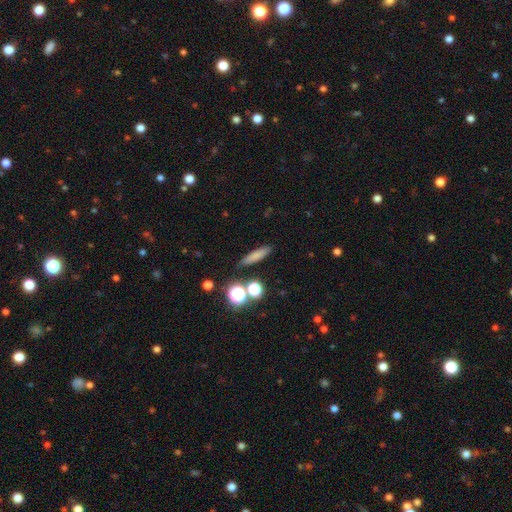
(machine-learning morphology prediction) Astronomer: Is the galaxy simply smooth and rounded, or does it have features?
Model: smooth — 73%.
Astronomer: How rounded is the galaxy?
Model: cigar-shaped — 75%.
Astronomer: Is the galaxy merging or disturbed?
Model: none — 83%.